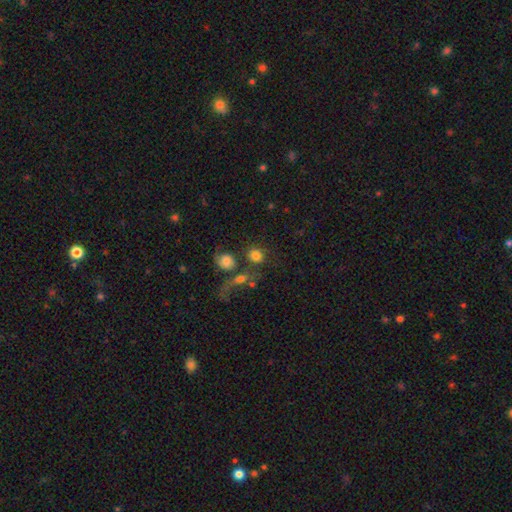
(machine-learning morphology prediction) The model was most divided on "merging": none: 48%, merger: 27%, major disturbance: 13%, minor disturbance: 12%. More confident: smooth or featured — smooth (77%); how rounded — round (77%).